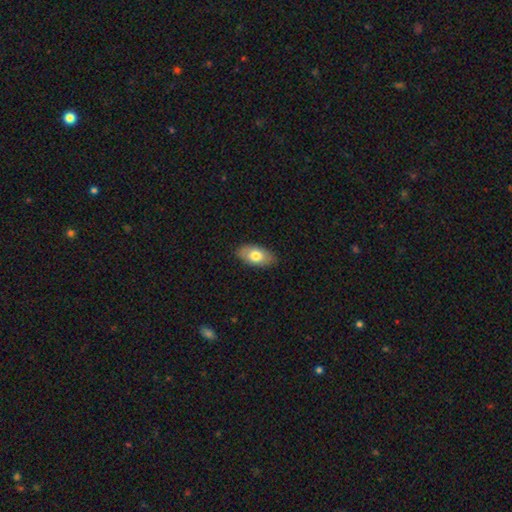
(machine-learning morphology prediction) Overall: smooth (74%). How rounded: in between (92%). Merging: none (85%).